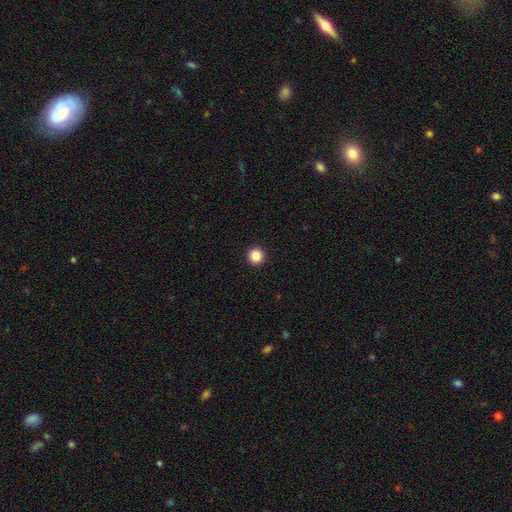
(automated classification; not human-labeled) Smooth or featured? Predicted: smooth (p=0.87). How rounded? Predicted: round (p=0.96). Merging? Predicted: none (p=0.94).